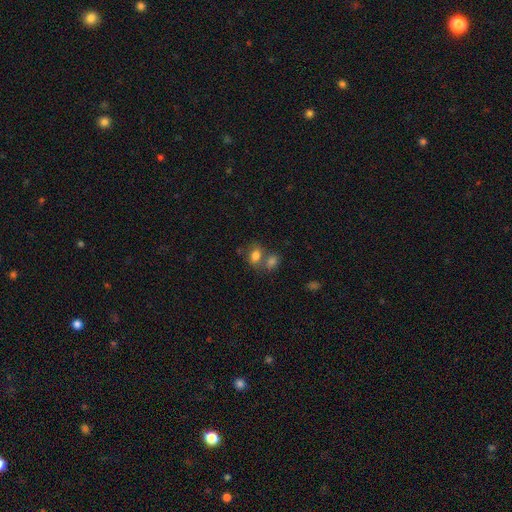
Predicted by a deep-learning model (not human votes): This appears to be a smooth galaxy with no disk features (79%) that is in between round and cigar-shaped (70%). Merging: none (42%).